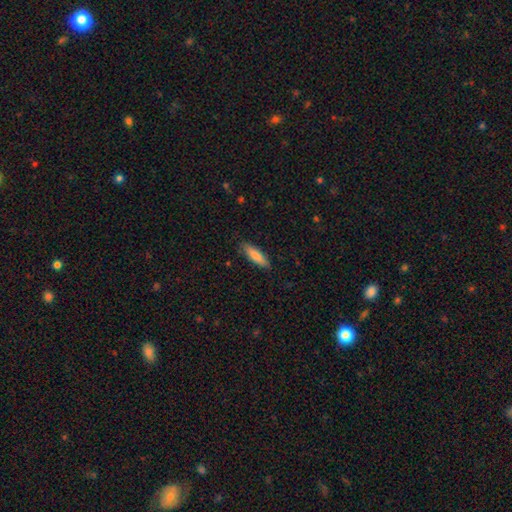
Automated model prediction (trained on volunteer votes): A smooth galaxy with no disk features (82%) that is cigar-shaped (60%).

Vote fractions:
- Smooth or featured? smooth: 82% / featured or disk: 12% / star or artifact: 6%
- How rounded? cigar-shaped: 60% / in between: 39% / round: 1%
- Merging? none: 85% / minor disturbance: 12% / major disturbance: 2% / merger: 1%